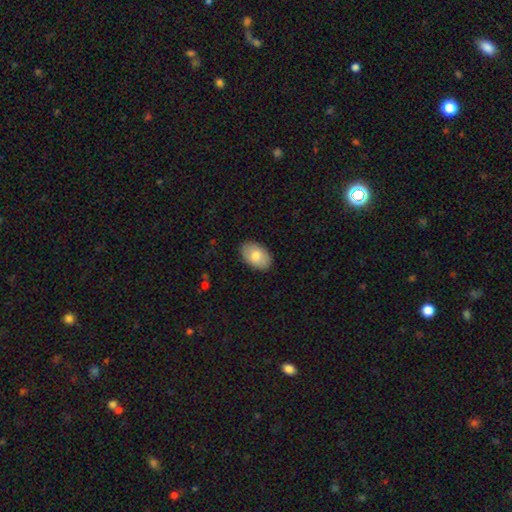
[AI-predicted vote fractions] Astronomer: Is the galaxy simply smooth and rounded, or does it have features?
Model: smooth — 78%.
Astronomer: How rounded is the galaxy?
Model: in between — 92%.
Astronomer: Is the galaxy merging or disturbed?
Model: none — 88%.